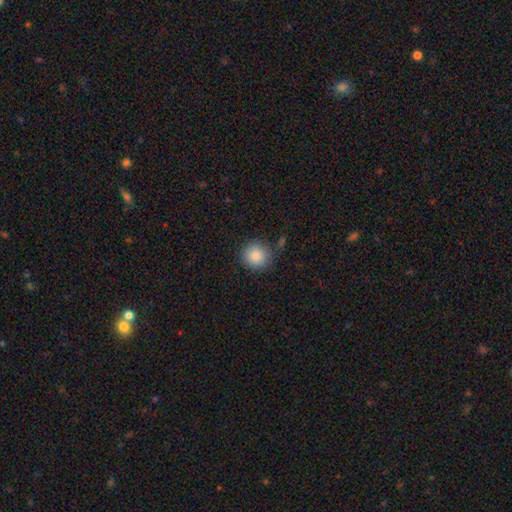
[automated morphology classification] Overall: smooth (86%). How rounded: round (93%). Merging: none (84%).